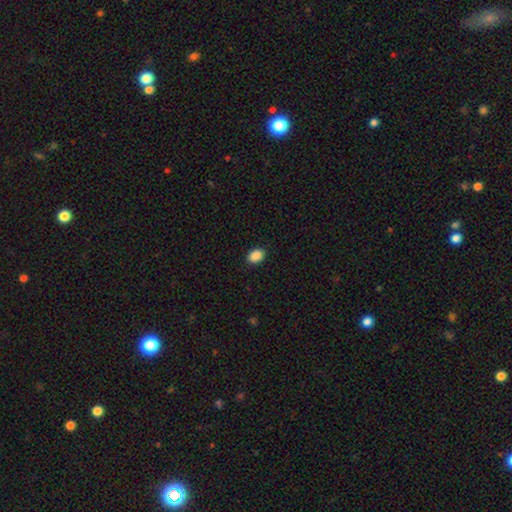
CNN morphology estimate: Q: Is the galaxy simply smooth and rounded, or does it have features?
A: smooth — 89%.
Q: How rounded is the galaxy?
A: in between — 78%.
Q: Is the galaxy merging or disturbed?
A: none — 91%.